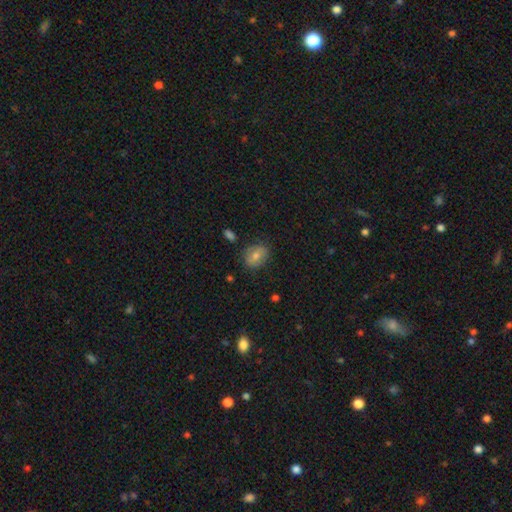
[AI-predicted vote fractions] Smooth or featured: smooth — 66% (featured or disk — 21%)
How rounded: in between — 56% (round — 43%)
Merging: none — 81% (minor disturbance — 14%)